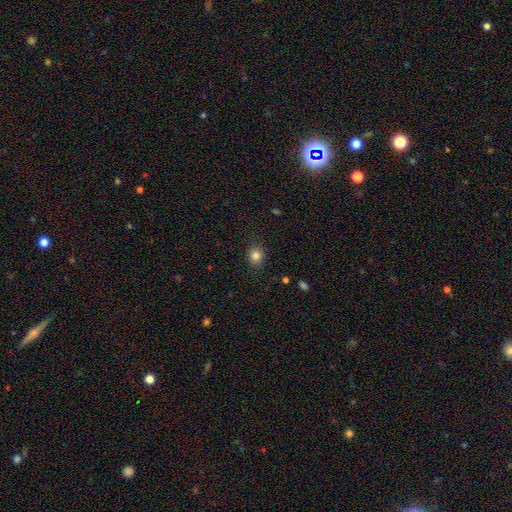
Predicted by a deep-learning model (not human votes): Morphology: type=smooth (83%); roundness=round (67%); merging=none (86%).